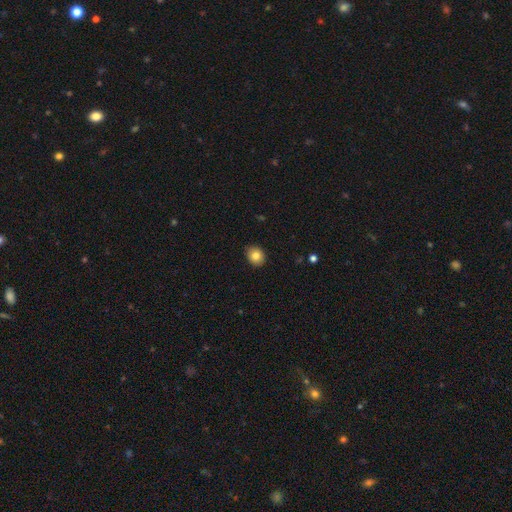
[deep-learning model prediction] Overall: smooth (82%). How rounded: round (65%; in between 34%). Merging: none (88%).